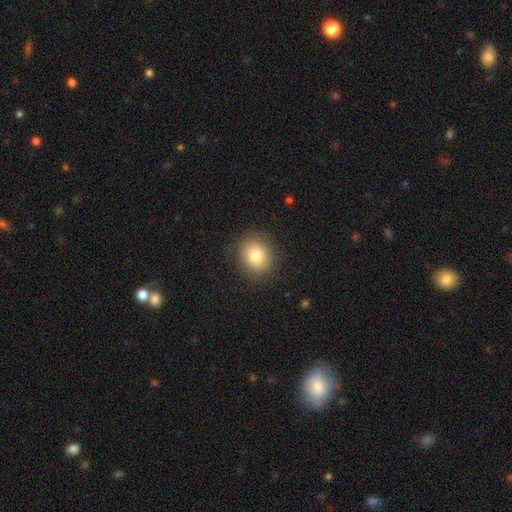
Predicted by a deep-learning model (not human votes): A smooth galaxy with no disk features (81%) that is round (75%). Merging: none (86%).